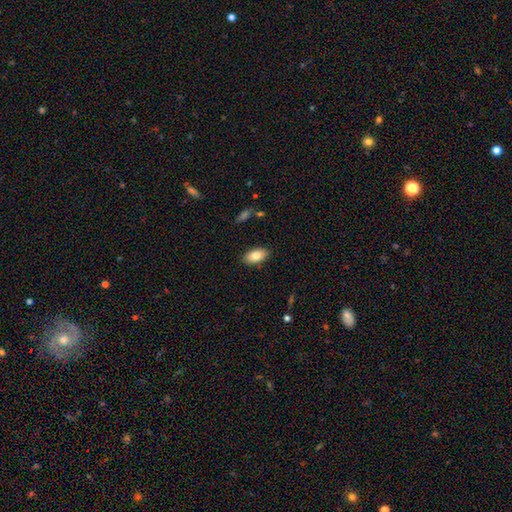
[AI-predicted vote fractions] Smooth or featured? smooth (81%)
How rounded? in between (93%)
Merging? none (87%)